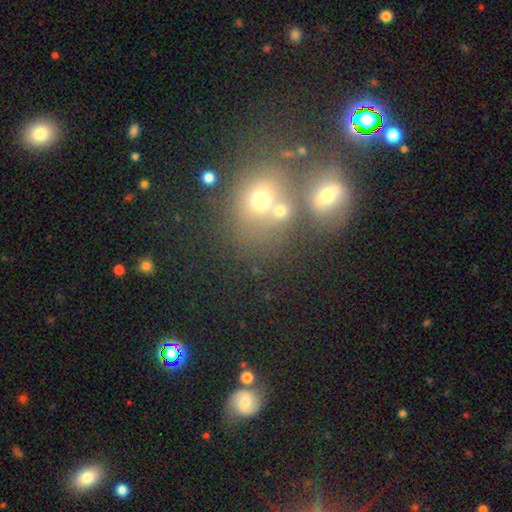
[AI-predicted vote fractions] The model was most divided on "merging": merger: 45%, none: 40%, minor disturbance: 9%, major disturbance: 6%. More confident: how rounded — round (64%); smooth or featured — smooth (52%).